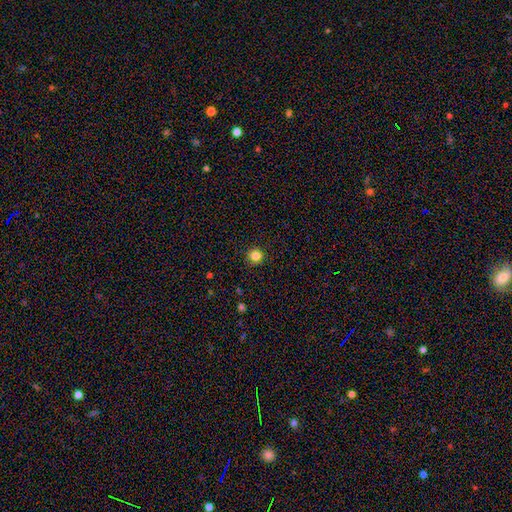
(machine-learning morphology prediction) smooth_or_featured: smooth (p=0.83) [alt: star or artifact p=0.12]
how_rounded: round (p=0.94) [alt: in between p=0.05]
merging: none (p=0.90) [alt: minor disturbance p=0.07]